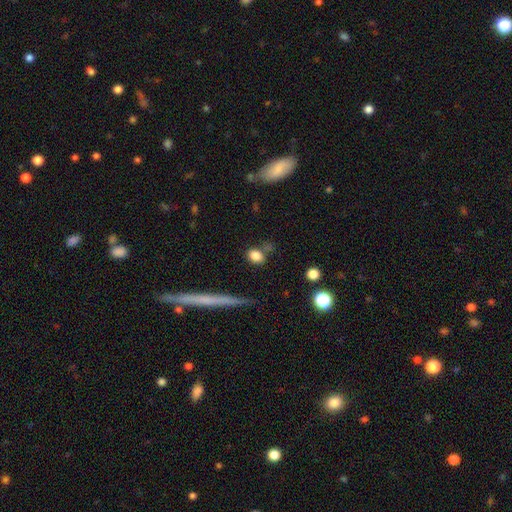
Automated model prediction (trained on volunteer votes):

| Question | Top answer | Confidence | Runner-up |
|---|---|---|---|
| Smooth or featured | smooth | 83% | star or artifact (10%) |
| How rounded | in between | 56% | round (39%) |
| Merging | none | 66% | minor disturbance (16%) |